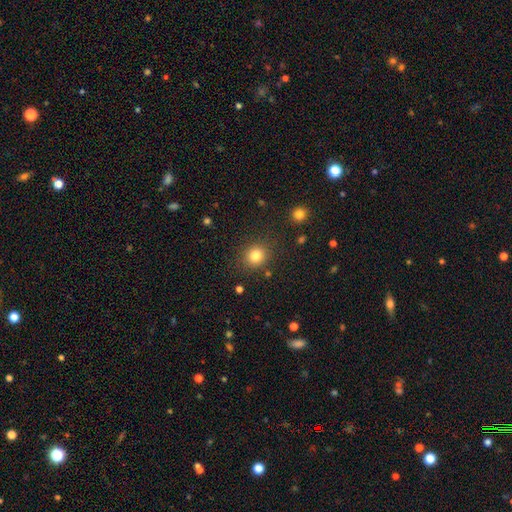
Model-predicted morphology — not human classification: Smooth or featured? smooth (82%)
How rounded? round (84%)
Merging? none (86%)